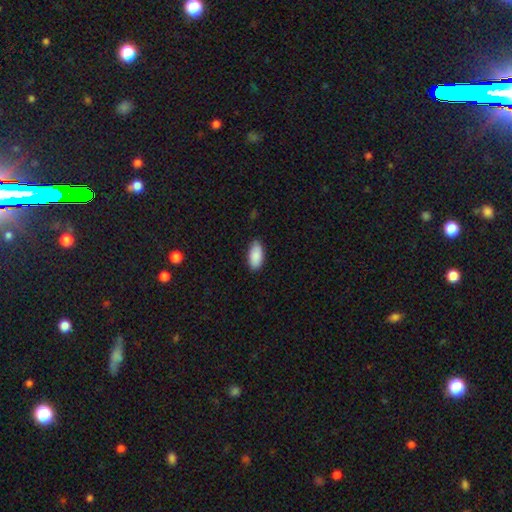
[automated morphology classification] This is clearly a smooth galaxy (89%). How rounded: clearly in between (92%). Merging: clearly none (83%).